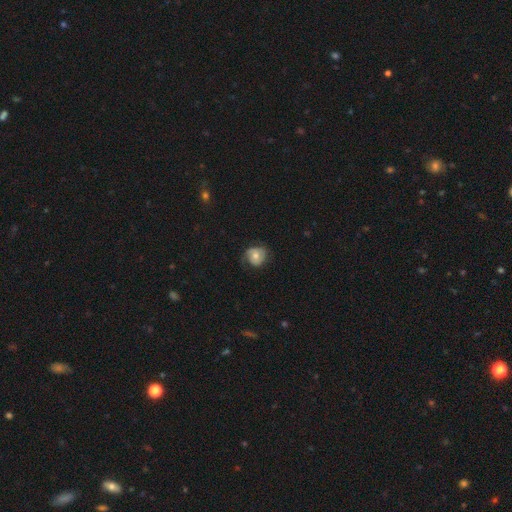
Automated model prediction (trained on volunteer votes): Smooth or featured?
  - smooth: 46% * (tied)
  - featured or disk: 46% * (tied)
  - star or artifact: 8%
Merging?
  - none: 62% *
  - minor disturbance: 25%
  - major disturbance: 12%
  - merger: 1%